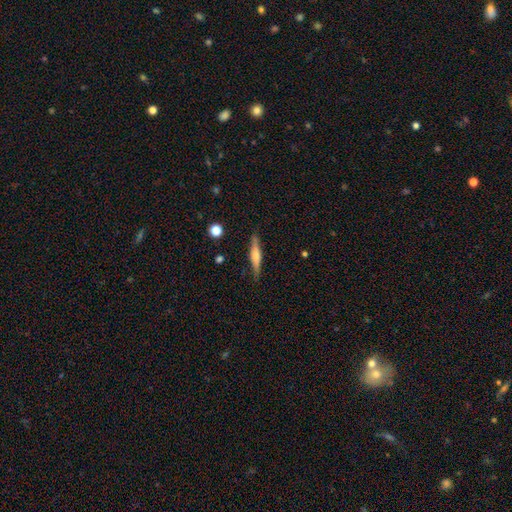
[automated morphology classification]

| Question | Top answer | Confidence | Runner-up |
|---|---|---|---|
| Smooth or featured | featured or disk | 58% | smooth (36%) |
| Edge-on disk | yes | 96% | no (4%) |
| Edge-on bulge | rounded | 76% | boxy (15%) |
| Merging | none | 87% | minor disturbance (10%) |